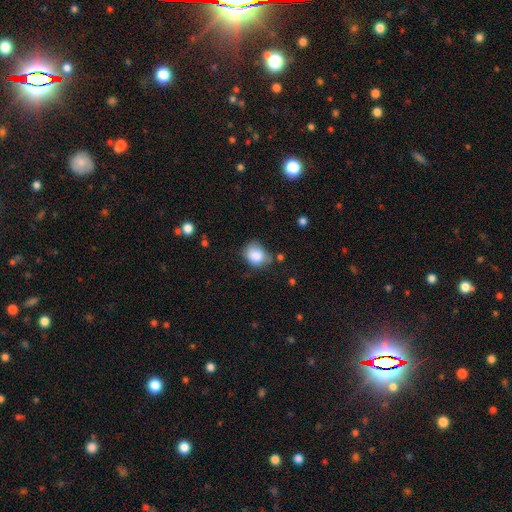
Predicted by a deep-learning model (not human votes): smooth-or-featured: smooth: 82% | featured or disk: 9% | star or artifact: 9%
  how-rounded: round: 57% | in between: 42% | cigar-shaped: 1%
  merging: none: 49% | minor disturbance: 35% | major disturbance: 11% | merger: 6%